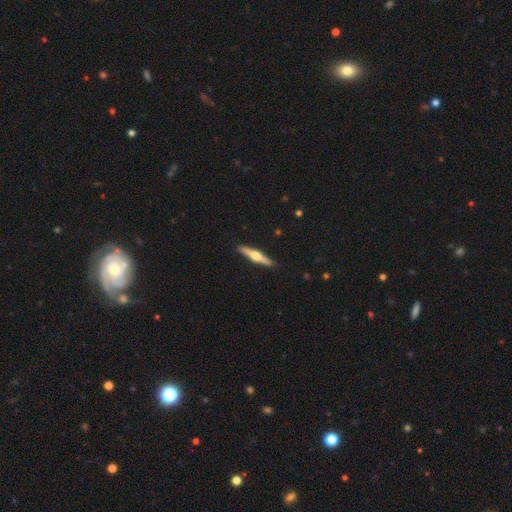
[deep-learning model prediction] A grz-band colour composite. It shows a featured or disk galaxy (70%) viewed edge-on (98%) with a rounded central bulge (95%). Merging: none (92%).